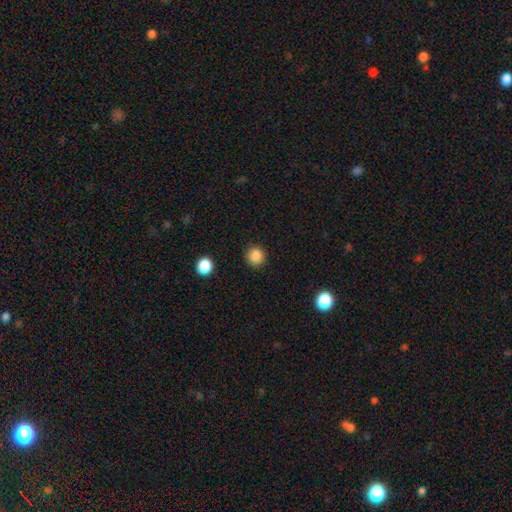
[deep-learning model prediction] Smooth or featured?
  - smooth: 87% *
  - star or artifact: 10%
  - featured or disk: 3%
How rounded?
  - round: 92% *
  - in between: 7%
  - cigar-shaped: 1%
Merging?
  - none: 90% *
  - minor disturbance: 6%
  - major disturbance: 2%
  - merger: 1%